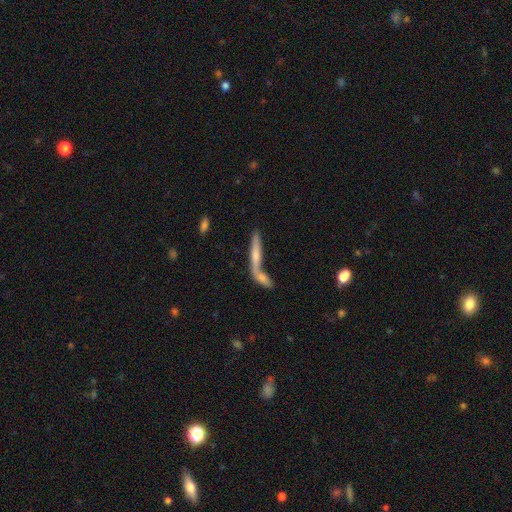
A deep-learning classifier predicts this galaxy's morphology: Smooth or featured? Predicted: smooth (p=0.51). How rounded? Predicted: cigar-shaped (p=0.87). Merging? Predicted: merger (p=0.48).